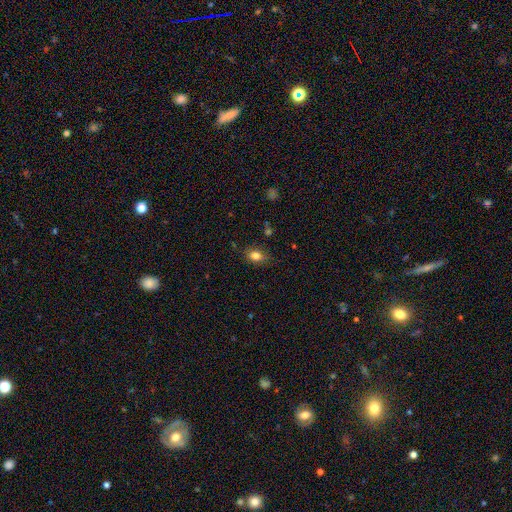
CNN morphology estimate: smooth_or_featured: smooth (p=0.82) [alt: star or artifact p=0.10]
how_rounded: in between (p=0.75) [alt: round p=0.23]
merging: none (p=0.80) [alt: minor disturbance p=0.15]